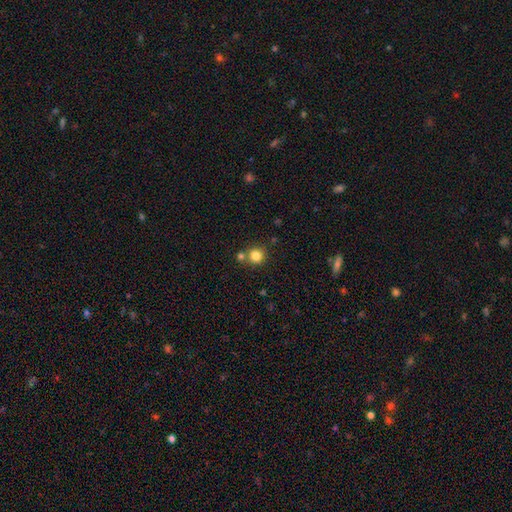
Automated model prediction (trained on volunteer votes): Smooth or featured? smooth (82%)
How rounded? round (91%)
Merging? none (70%)